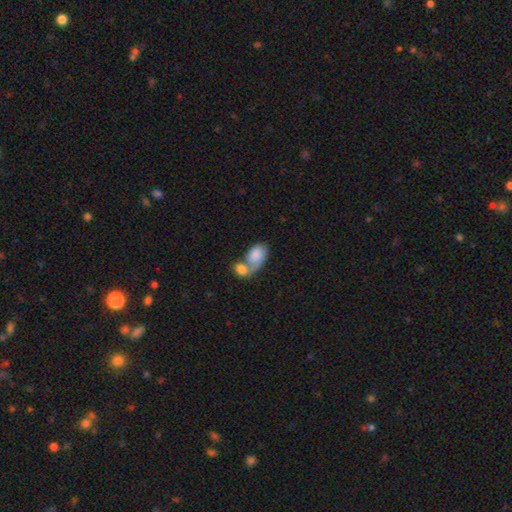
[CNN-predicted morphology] A smooth galaxy with no disk features (79%) that is in between round and cigar-shaped (87%). Merging: merger (71%).